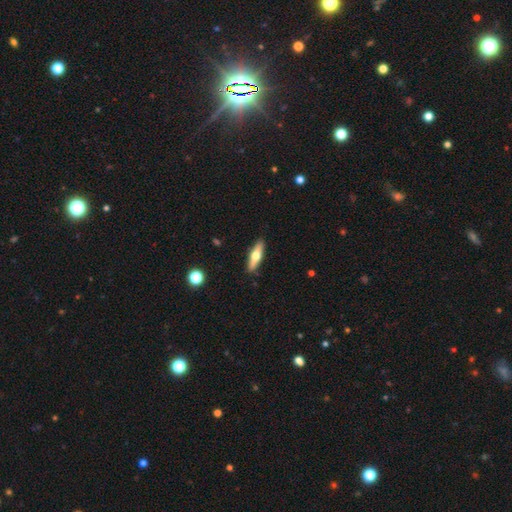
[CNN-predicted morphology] Smooth or featured? smooth (48%)
Merging? none (89%)